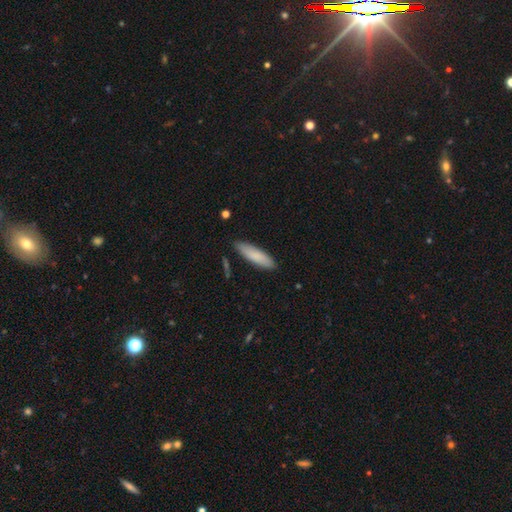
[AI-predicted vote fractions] The model was most divided on "how rounded": cigar-shaped: 67%, in between: 32%, round: 1%. More confident: merging — none (88%); smooth or featured — smooth (84%).